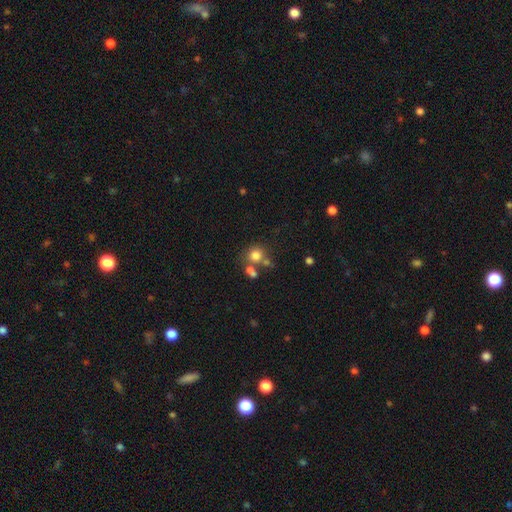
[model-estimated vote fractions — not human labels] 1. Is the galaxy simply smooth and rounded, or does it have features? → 76% smooth, 14% star or artifact, 10% featured or disk.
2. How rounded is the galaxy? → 82% round, 17% in between, 1% cigar-shaped.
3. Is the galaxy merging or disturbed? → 53% none, 30% merger, 11% minor disturbance, 7% major disturbance.